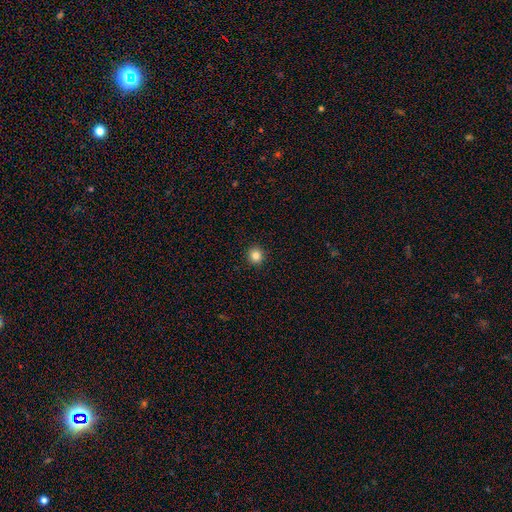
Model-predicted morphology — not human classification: Smooth or featured? Predicted: smooth (p=0.83). How rounded? Predicted: round (p=0.94). Merging? Predicted: none (p=0.93).